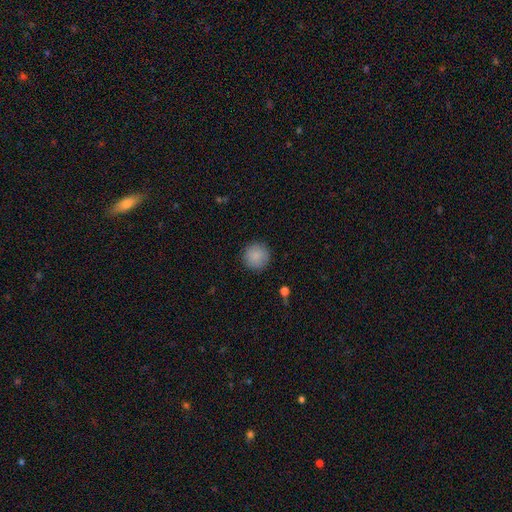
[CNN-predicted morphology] The model was most divided on "smooth or featured": smooth: 88%, star or artifact: 8%, featured or disk: 4%. More confident: how rounded — round (96%); merging — none (91%).